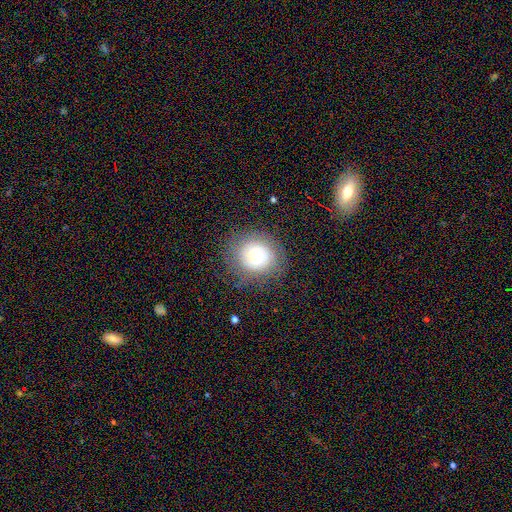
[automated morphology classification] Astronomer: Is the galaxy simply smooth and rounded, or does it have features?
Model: smooth — 52% (runner-up: featured or disk, 36%).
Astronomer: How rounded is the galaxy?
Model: round — 87%.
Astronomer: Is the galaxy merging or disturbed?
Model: none — 76%.